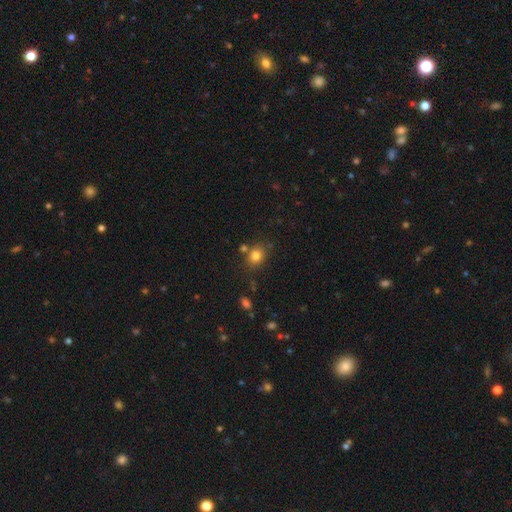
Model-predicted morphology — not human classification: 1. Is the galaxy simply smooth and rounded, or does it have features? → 81% smooth, 12% star or artifact, 7% featured or disk.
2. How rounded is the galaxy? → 61% round, 38% in between, 1% cigar-shaped.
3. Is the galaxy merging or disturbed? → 74% none, 12% minor disturbance, 10% merger, 4% major disturbance.